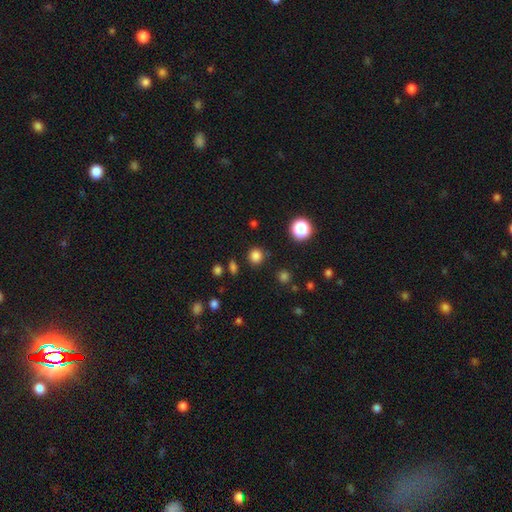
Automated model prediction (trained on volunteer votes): Smooth or featured?
  - smooth: 80% *
  - star or artifact: 16%
  - featured or disk: 4%
How rounded?
  - round: 89% *
  - in between: 10%
  - cigar-shaped: 1%
Merging?
  - none: 86% *
  - minor disturbance: 8%
  - major disturbance: 3%
  - merger: 3%